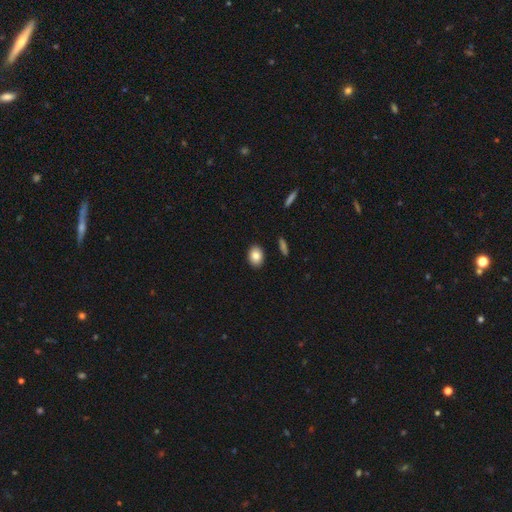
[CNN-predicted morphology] Smooth or featured?
  - smooth: 84% *
  - featured or disk: 8%
  - star or artifact: 8%
How rounded?
  - in between: 76% *
  - round: 23%
  - cigar-shaped: 1%
Merging?
  - none: 89% *
  - minor disturbance: 7%
  - major disturbance: 2%
  - merger: 2%